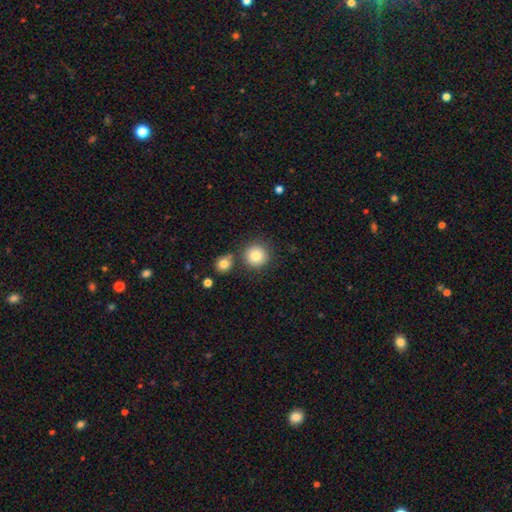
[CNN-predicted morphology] Smooth or featured? Predicted: smooth (p=0.84). How rounded? Predicted: round (p=0.93). Merging? Predicted: none (p=0.78).